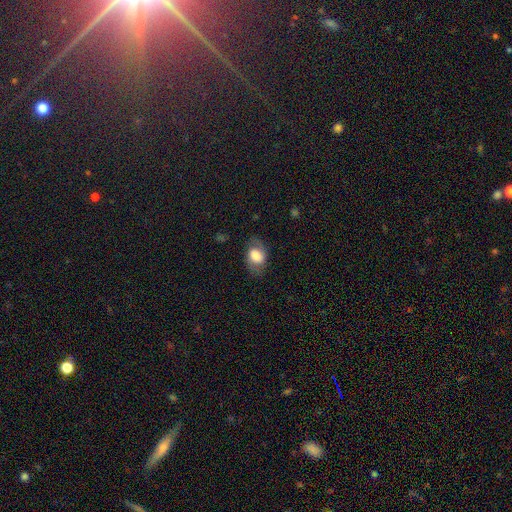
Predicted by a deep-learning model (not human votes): The model was most divided on "smooth or featured": smooth: 61%, featured or disk: 31%, star or artifact: 8%. More confident: how rounded — in between (81%); merging — none (70%).